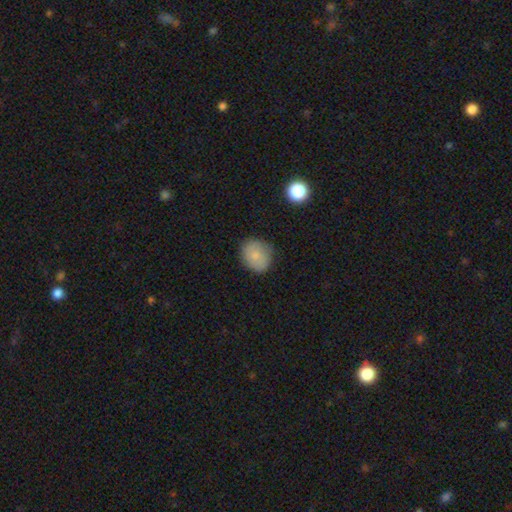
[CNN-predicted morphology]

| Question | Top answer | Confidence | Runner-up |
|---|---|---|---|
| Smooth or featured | smooth | 79% | featured or disk (13%) |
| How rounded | round | 66% | in between (33%) |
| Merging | none | 77% | minor disturbance (18%) |